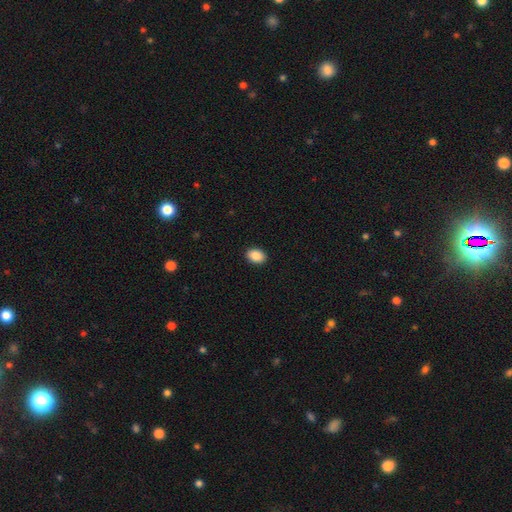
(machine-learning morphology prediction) A smooth galaxy with no disk features (89%) that is in between round and cigar-shaped (76%).

Vote fractions:
- Smooth or featured? smooth: 89% / star or artifact: 7% / featured or disk: 3%
- How rounded? in between: 76% / round: 23% / cigar-shaped: 1%
- Merging? none: 91% / minor disturbance: 6% / major disturbance: 2% / merger: 1%